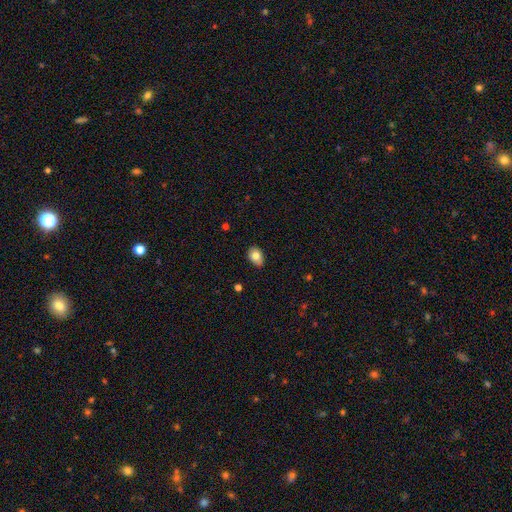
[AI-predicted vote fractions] A smooth galaxy with no disk features (79%) that is in between round and cigar-shaped (78%). Merging: none (83%).